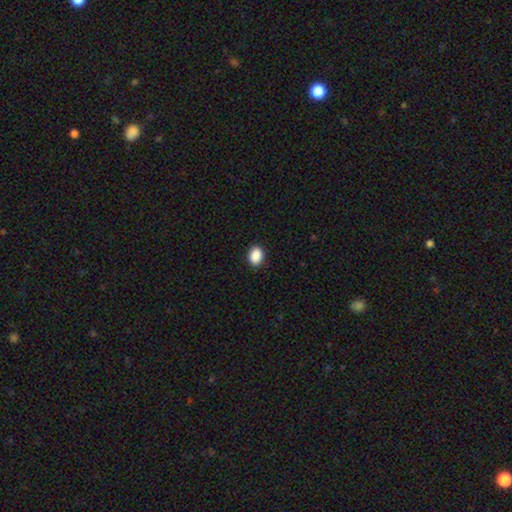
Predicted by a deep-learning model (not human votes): Smooth or featured?
  - smooth: 90% *
  - star or artifact: 8%
  - featured or disk: 2%
How rounded?
  - in between: 69% *
  - round: 30%
  - cigar-shaped: 1%
Merging?
  - none: 89% *
  - minor disturbance: 8%
  - major disturbance: 2%
  - merger: 1%